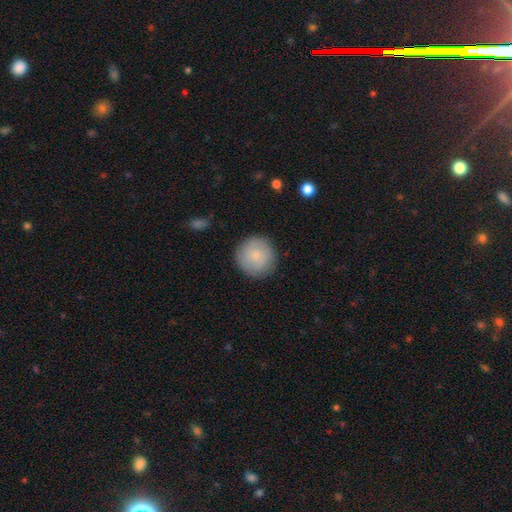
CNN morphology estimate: smooth-or-featured: smooth: 80% | featured or disk: 14% | star or artifact: 6%
  how-rounded: round: 94% | in between: 5% | cigar-shaped: 1%
  merging: none: 88% | minor disturbance: 9% | major disturbance: 2% | merger: 1%